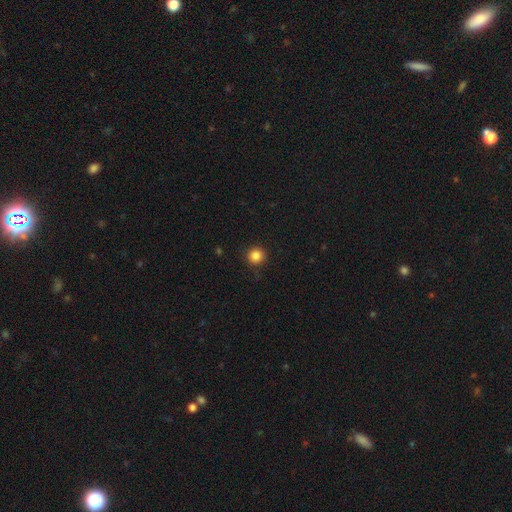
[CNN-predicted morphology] Smooth or featured: smooth — 85% (star or artifact — 11%)
How rounded: round — 94% (in between — 5%)
Merging: none — 90% (minor disturbance — 7%)